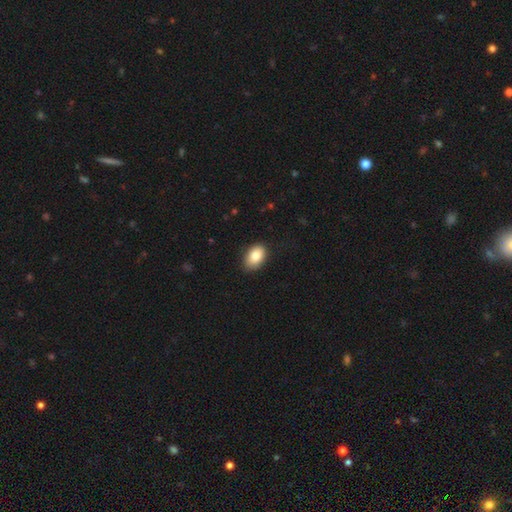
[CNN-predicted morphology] Q: Smooth or featured?
A: smooth (83%); runner-up: featured or disk (9%)
Q: How rounded?
A: in between (89%); runner-up: round (10%)
Q: Merging?
A: none (84%); runner-up: minor disturbance (13%)